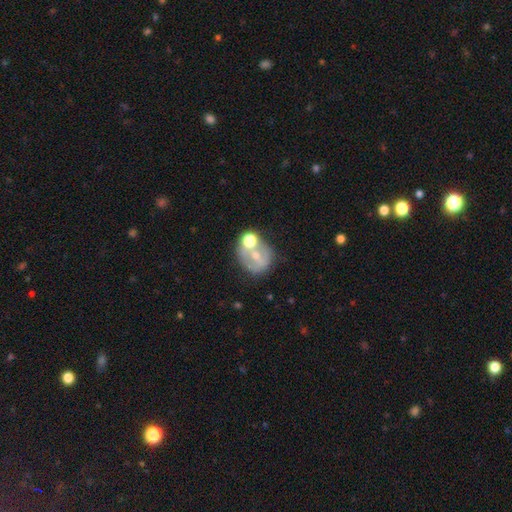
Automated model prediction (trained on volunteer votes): A featured or disk galaxy (47%).

Vote fractions:
- Smooth or featured? featured or disk: 47% / smooth: 41% / star or artifact: 12%
- Merging? none: 43% / merger: 28% / minor disturbance: 17% / major disturbance: 12%